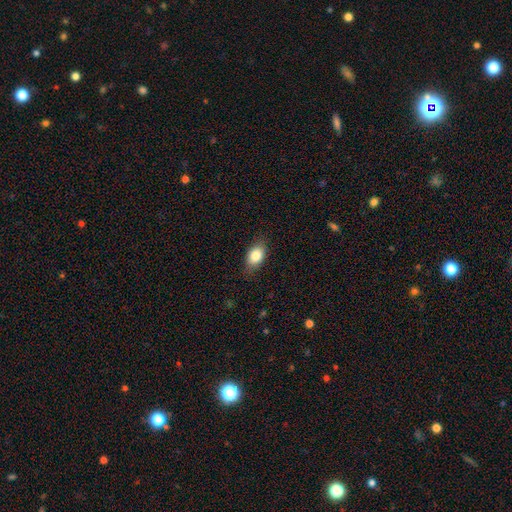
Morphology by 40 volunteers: Volunteers were most divided on "merging": none: 79%, minor disturbance: 21%, major disturbance: 0%, merger: 0%. More confident: smooth or featured — smooth (85%); how rounded — in between (76%).